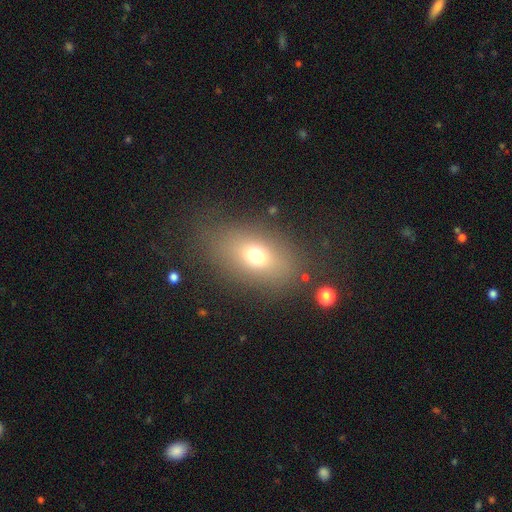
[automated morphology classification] Smooth or featured? smooth (68%)
How rounded? in between (78%)
Merging? none (74%)